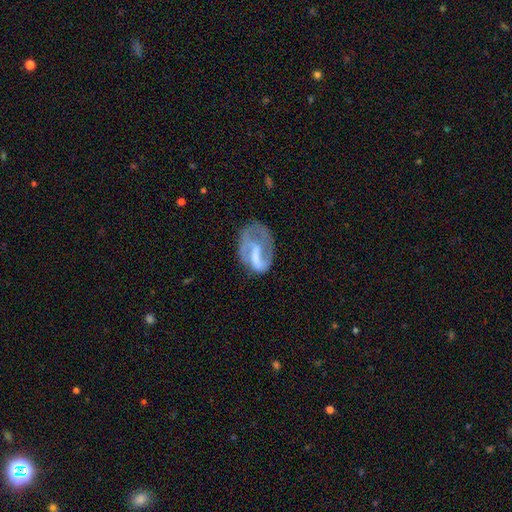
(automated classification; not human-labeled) Smooth or featured? featured or disk (65%)
Edge-on disk? no (97%)
Bar? weak (42%)
Spiral arms? yes (68%)
Bulge size? none (42%)
Merging? none (38%)